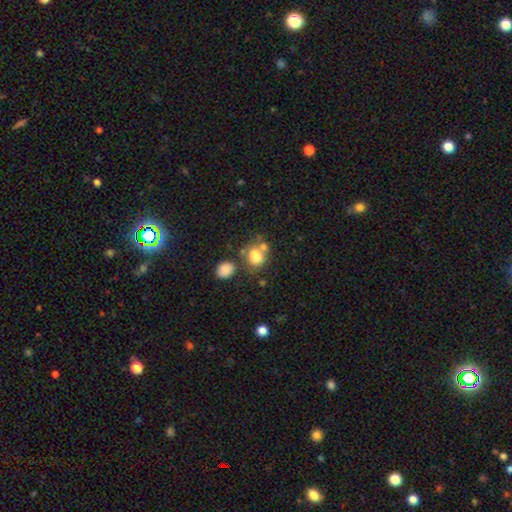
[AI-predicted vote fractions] Smooth or featured? Predicted: smooth (p=0.74). How rounded? Predicted: round (p=0.50). Merging? Predicted: none (p=0.40).